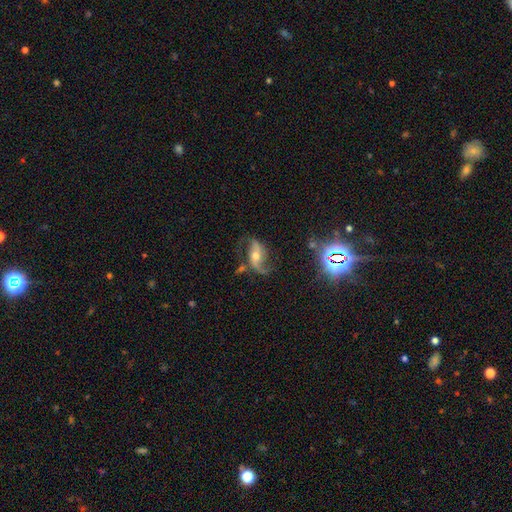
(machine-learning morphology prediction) smooth-or-featured: featured or disk: 81% | smooth: 10% | star or artifact: 9%
  disk-edge-on: no: 95% | yes: 5%
    bar: no: 45% | weak: 31% | strong: 24%
    has-spiral-arms: yes: 94% | no: 6%
      spiral-winding: loose: 72% | medium: 22% | tight: 6%
      spiral-arm-count: 2: 89% | 1: 6% | can't tell: 3% | 3: 1% | 4: 1% | more than 4: 1%
    bulge-size: moderate: 65% | small: 27% | large: 5% | none: 2% | dominant: 1%
  merging: none: 64% | minor disturbance: 19% | major disturbance: 13% | merger: 4%